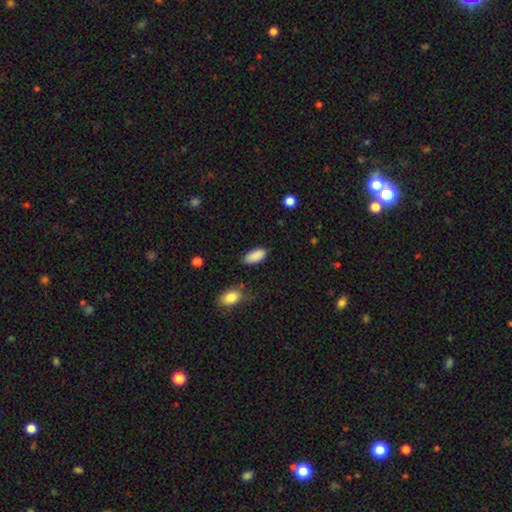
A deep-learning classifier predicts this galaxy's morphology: This is clearly a smooth galaxy (89%). How rounded: clearly in between (89%). Merging: clearly none (81%).